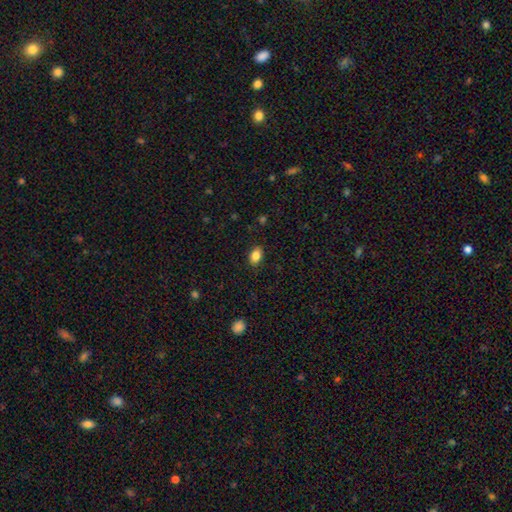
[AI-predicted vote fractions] Overall: smooth (85%). How rounded: in between (84%). Merging: none (87%).